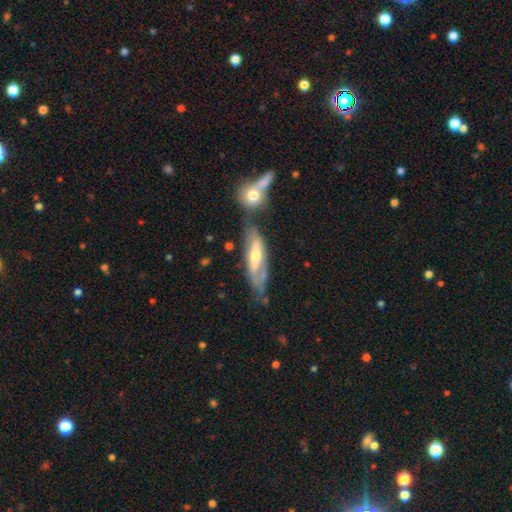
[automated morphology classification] Smooth or featured: featured or disk — 70% (smooth — 23%)
Edge-on disk: no — 68% (yes — 32%)
Merging: none — 43% (minor disturbance — 22%)